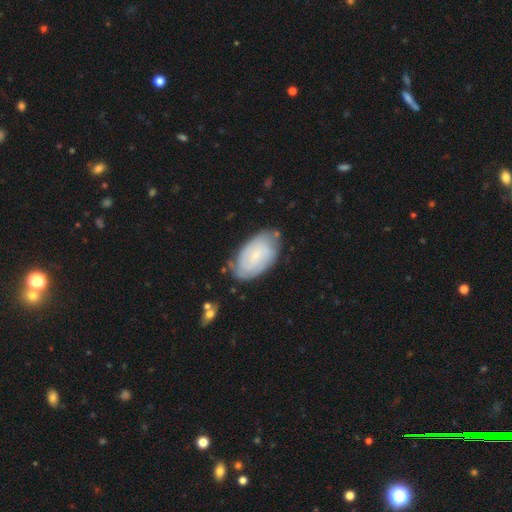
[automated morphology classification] This is likely a featured or disk galaxy (63%). It is clearly not viewed edge-on (95%). Bar: possibly no (57%). Spiral arm pattern: clearly yes (89%). Spiral arm count: possibly can't tell (46%). Spiral winding: likely tight (66%). Central bulge: likely small (74%). Merging: likely none (71%).